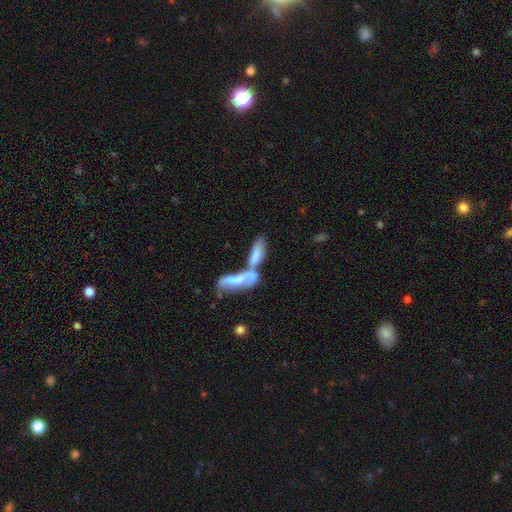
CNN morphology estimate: This appears to be a smooth galaxy with no disk features (67%) that is in between round and cigar-shaped (57%). Merging: merger (73%).